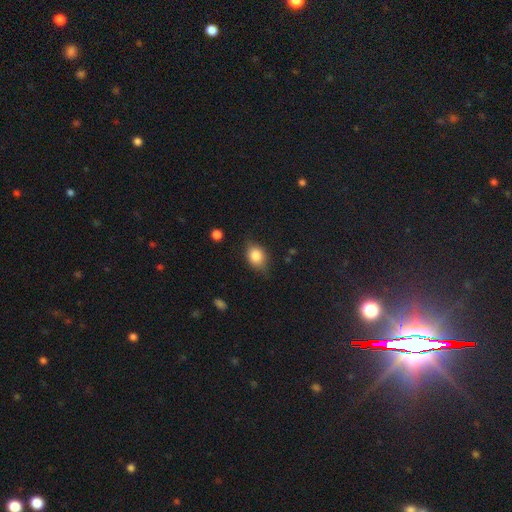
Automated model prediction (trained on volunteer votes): Smooth or featured: smooth — 82% (star or artifact — 9%)
How rounded: in between — 63% (round — 35%)
Merging: none — 69% (minor disturbance — 24%)